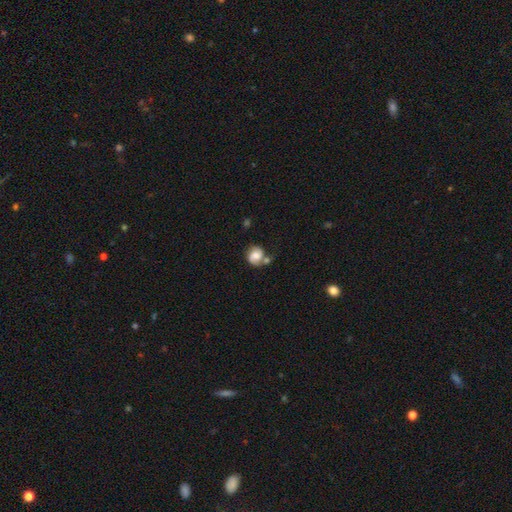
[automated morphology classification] type=smooth (57%); roundness=round (77%); merging=none (43%).